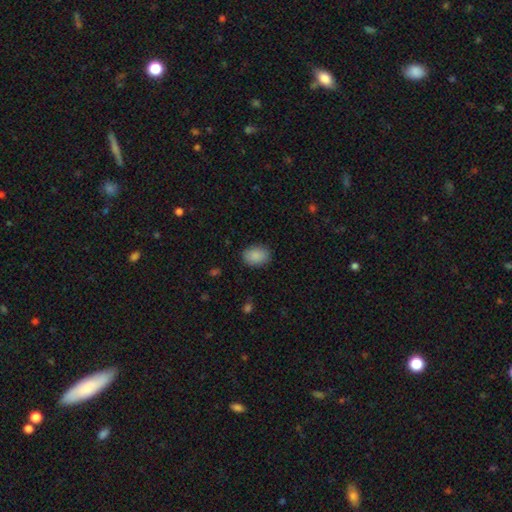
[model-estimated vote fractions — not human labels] smooth_or_featured: smooth (p=0.89) [alt: star or artifact p=0.07]
how_rounded: in between (p=0.74) [alt: round p=0.25]
merging: none (p=0.86) [alt: minor disturbance p=0.10]